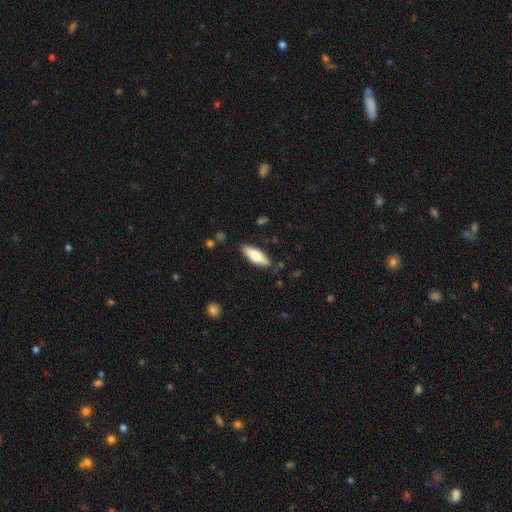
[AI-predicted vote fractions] Overall: smooth (66%; featured or disk 28%). How rounded: in between (62%; cigar-shaped 36%). Merging: none (86%).